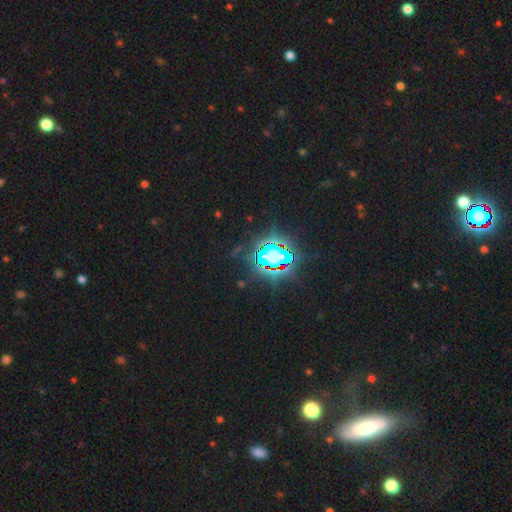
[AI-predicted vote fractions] Smooth or featured?
  - star or artifact: 83% *
  - smooth: 10%
  - featured or disk: 7%